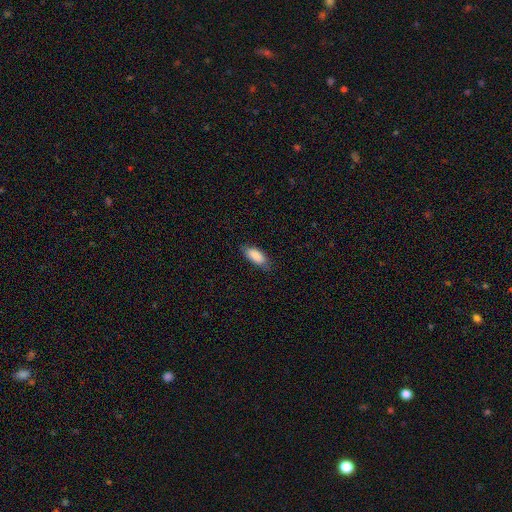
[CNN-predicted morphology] smooth 88%, star or artifact 6%, featured or disk 6%. Down the decision tree: how rounded — in between (84%); merging — none (80%).